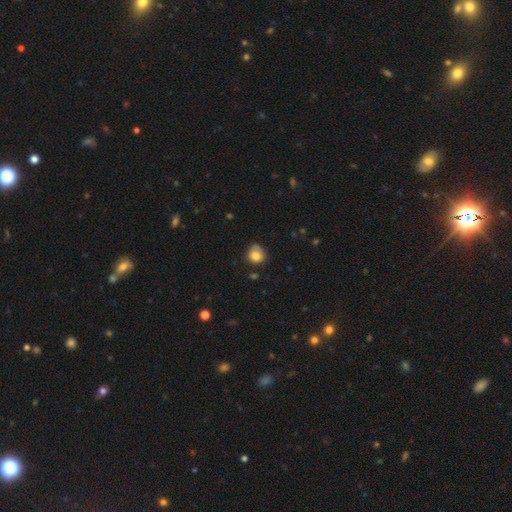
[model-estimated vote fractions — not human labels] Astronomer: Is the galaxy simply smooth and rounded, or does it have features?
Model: smooth — 77%.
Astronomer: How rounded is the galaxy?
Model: round — 79%.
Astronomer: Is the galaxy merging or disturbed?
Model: none — 59%.